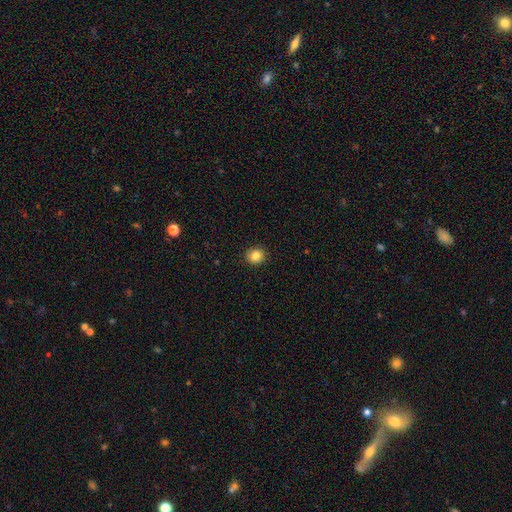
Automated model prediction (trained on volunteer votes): Morphology: type=smooth (84%); roundness=round (84%); merging=none (92%).